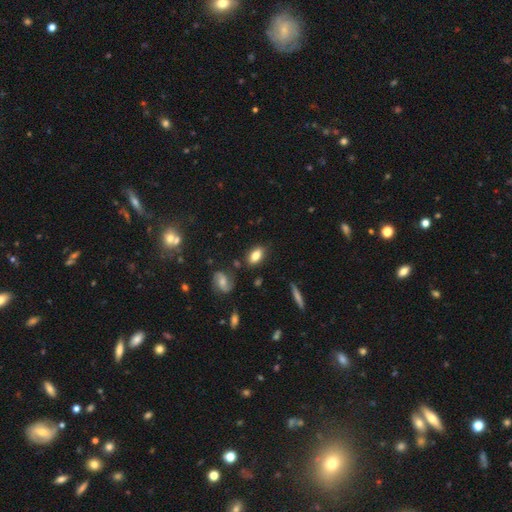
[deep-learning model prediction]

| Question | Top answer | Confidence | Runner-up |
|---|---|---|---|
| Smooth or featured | smooth | 77% | featured or disk (15%) |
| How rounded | in between | 86% | round (8%) |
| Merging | none | 80% | minor disturbance (14%) |